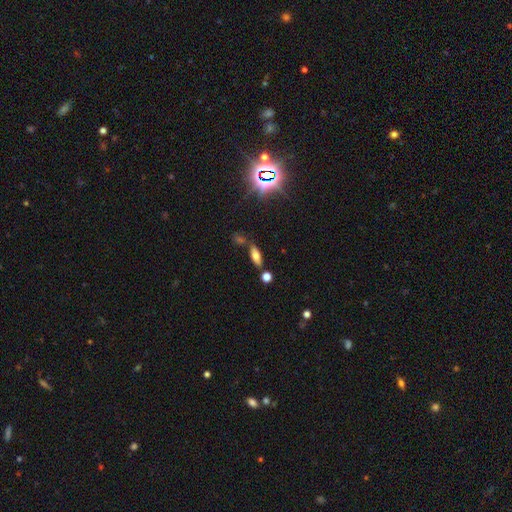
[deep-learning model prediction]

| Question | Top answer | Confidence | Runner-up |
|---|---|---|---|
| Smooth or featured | smooth | 63% | featured or disk (23%) |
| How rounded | in between | 68% | cigar-shaped (28%) |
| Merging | none | 68% | merger (15%) |